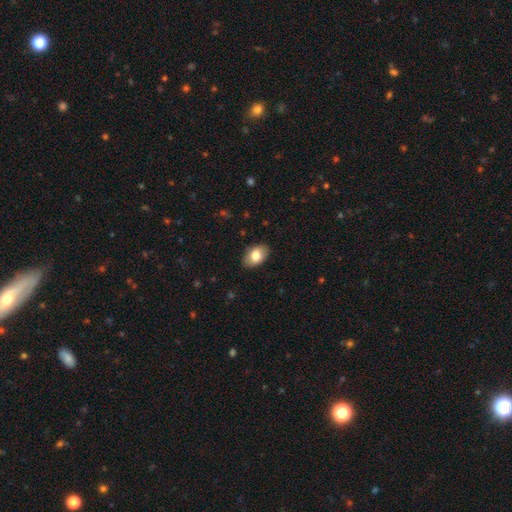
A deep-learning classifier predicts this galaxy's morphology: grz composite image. It shows a smooth galaxy with no disk features (80%) that is in between round and cigar-shaped (91%). Merging: none (87%).